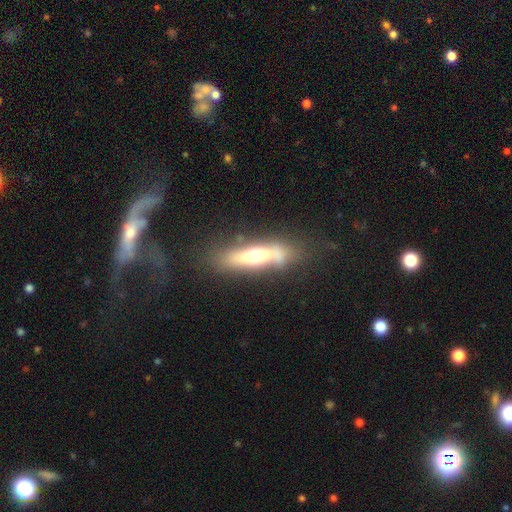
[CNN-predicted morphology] Smooth or featured? featured or disk (51%)
Edge-on disk? yes (65%)
Merging? none (54%)